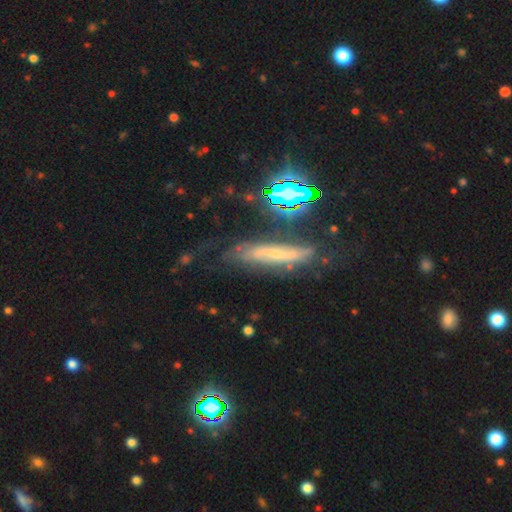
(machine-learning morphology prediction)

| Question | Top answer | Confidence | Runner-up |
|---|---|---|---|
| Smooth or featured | featured or disk | 60% | smooth (22%) |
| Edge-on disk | yes | 54% | no (46%) |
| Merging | none | 62% | minor disturbance (22%) |